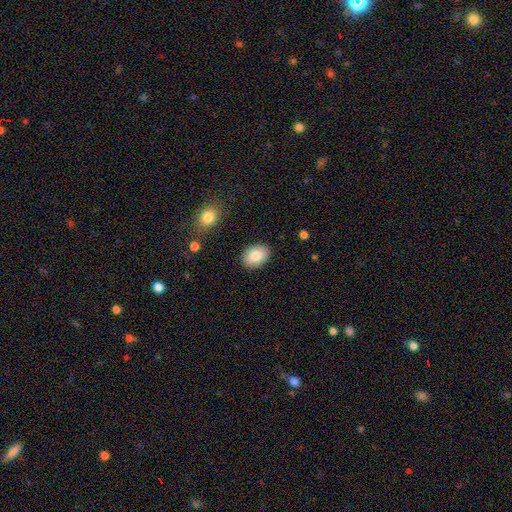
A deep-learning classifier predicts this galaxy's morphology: Smooth or featured? smooth (85%)
How rounded? in between (78%)
Merging? none (88%)